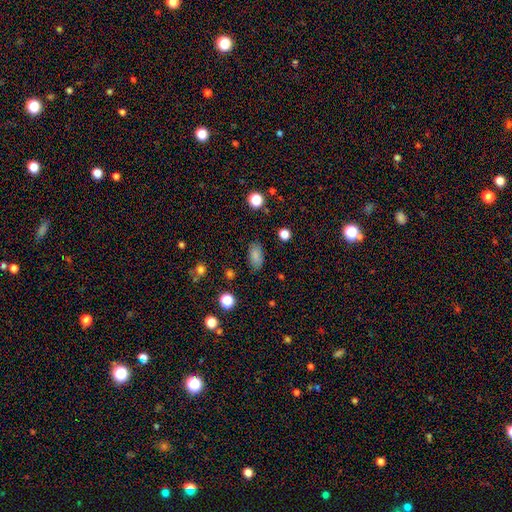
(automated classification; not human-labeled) smooth-or-featured: smooth: 84% | star or artifact: 11% | featured or disk: 6%
  how-rounded: in between: 91% | round: 5% | cigar-shaped: 4%
  merging: none: 83% | minor disturbance: 12% | major disturbance: 3% | merger: 2%